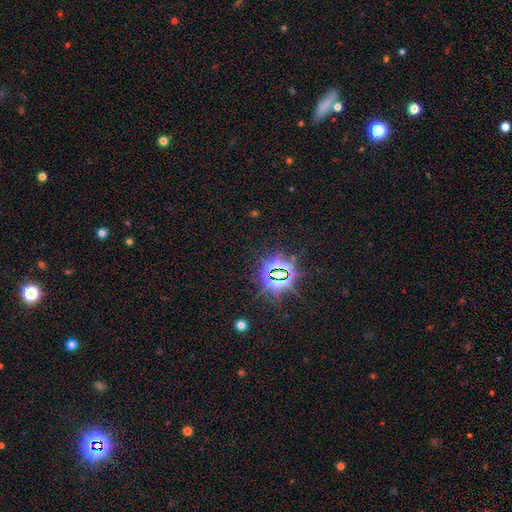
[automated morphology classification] Smooth or featured? Predicted: star or artifact (p=0.75).